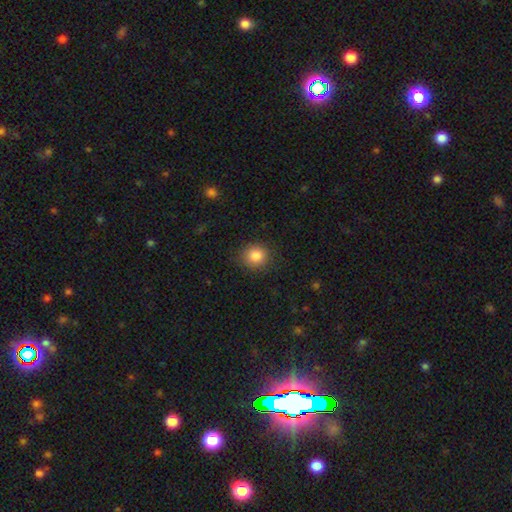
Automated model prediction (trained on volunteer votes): Morphology: type=smooth (85%); roundness=round (88%); merging=none (88%).